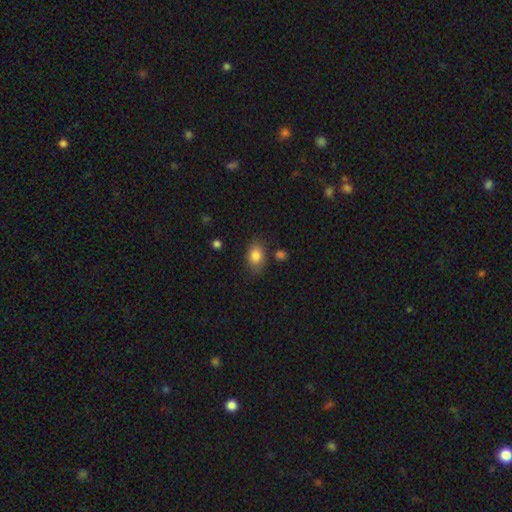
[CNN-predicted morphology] This appears to be a smooth galaxy with no disk features (84%) that is in between round and cigar-shaped (78%). Merging: none (75%).